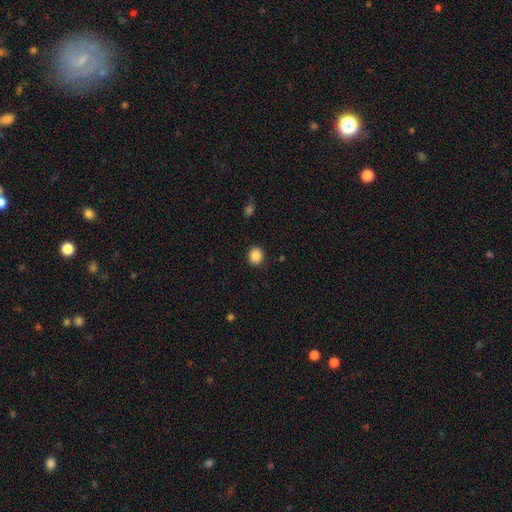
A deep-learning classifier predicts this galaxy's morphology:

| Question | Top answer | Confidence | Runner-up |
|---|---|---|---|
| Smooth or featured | smooth | 87% | star or artifact (9%) |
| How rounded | round | 80% | in between (19%) |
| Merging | none | 91% | minor disturbance (6%) |